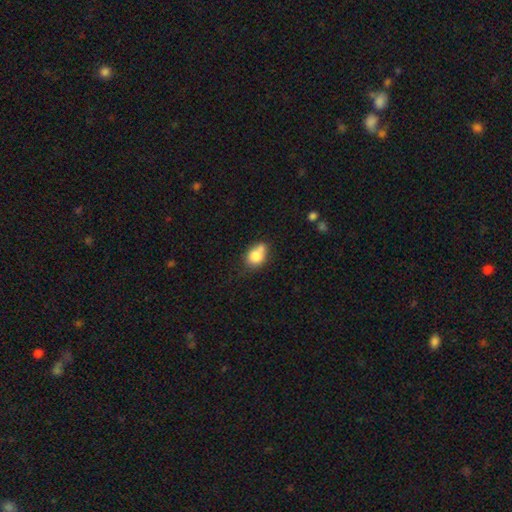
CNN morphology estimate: type=smooth (79%); roundness=in between (58%); merging=none (42%).